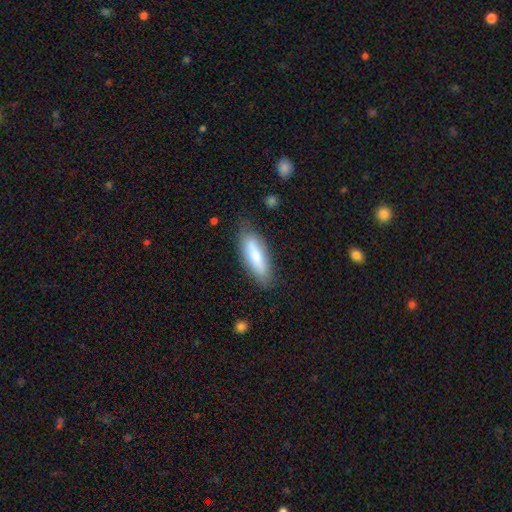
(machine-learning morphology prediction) Q: Smooth or featured?
A: smooth (74%); runner-up: featured or disk (20%)
Q: How rounded?
A: in between (52%); runner-up: cigar-shaped (46%)
Q: Merging?
A: none (79%); runner-up: minor disturbance (16%)